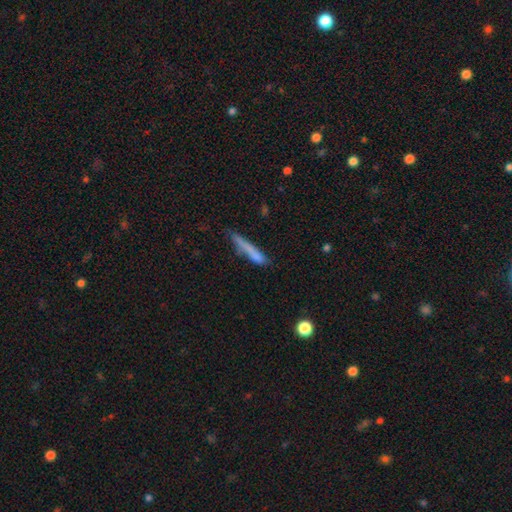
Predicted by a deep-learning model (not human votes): Overall: smooth (71%). How rounded: cigar-shaped (91%). Merging: none (58%; minor disturbance 25%).